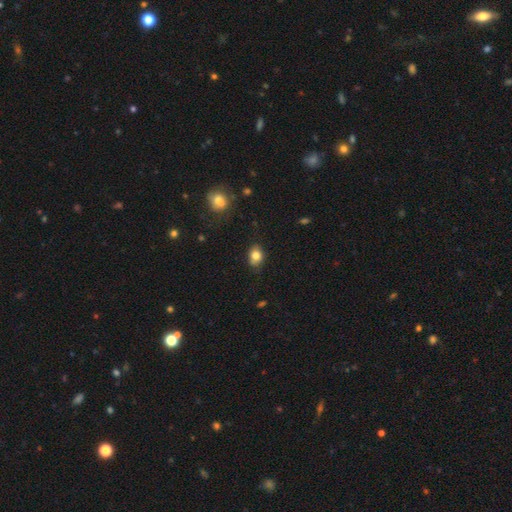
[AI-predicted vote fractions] This is clearly a smooth galaxy (81%). How rounded: possibly in between (59%). Merging: likely none (77%).